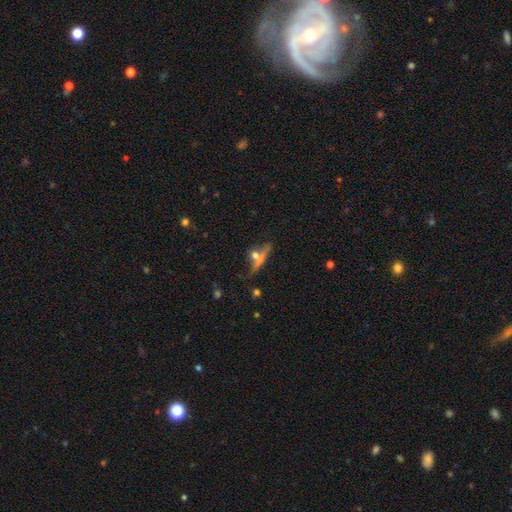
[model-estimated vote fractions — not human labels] Overall: smooth (45%; featured or disk 42%). Merging: none (44%; merger 33%).